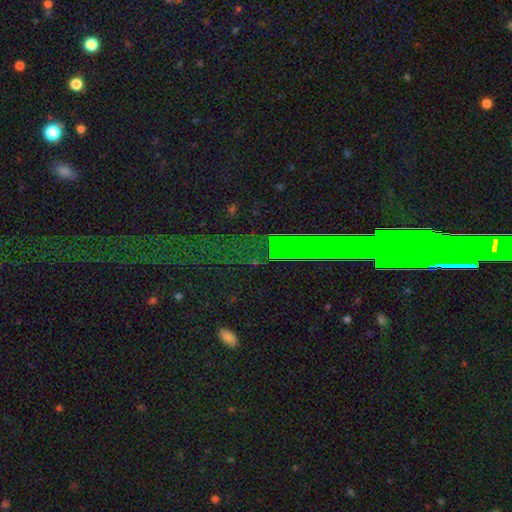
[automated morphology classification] Smooth or featured?
  - star or artifact: 68% *
  - featured or disk: 18%
  - smooth: 14%